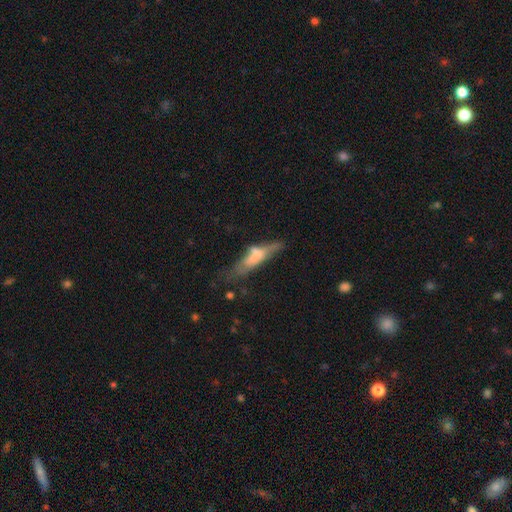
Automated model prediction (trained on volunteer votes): A smooth galaxy with no disk features (56%) that is cigar-shaped (62%).

Vote fractions:
- Smooth or featured? smooth: 56% / featured or disk: 35% / star or artifact: 9%
- How rounded? cigar-shaped: 62% / in between: 36% / round: 3%
- Merging? none: 34% / minor disturbance: 28% / major disturbance: 25% / merger: 13%